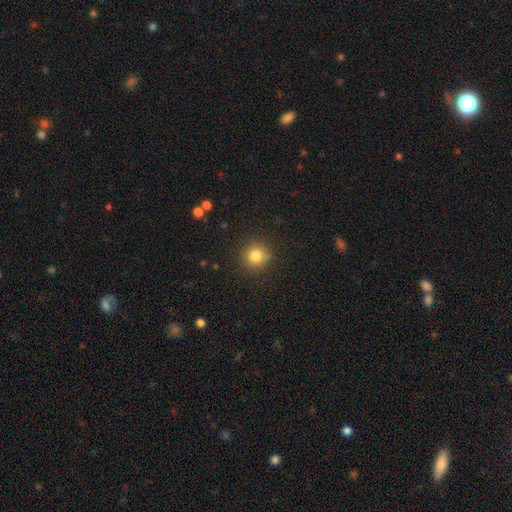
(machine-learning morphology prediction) The model was most divided on "smooth or featured": smooth: 81%, star or artifact: 12%, featured or disk: 7%. More confident: how rounded — round (92%); merging — none (88%).